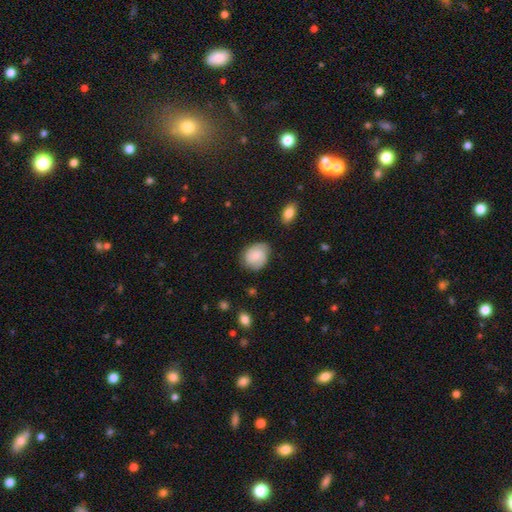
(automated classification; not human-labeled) The model was most divided on "how rounded": round: 52%, in between: 46%, cigar-shaped: 1%. More confident: merging — none (73%); smooth or featured — smooth (52%).